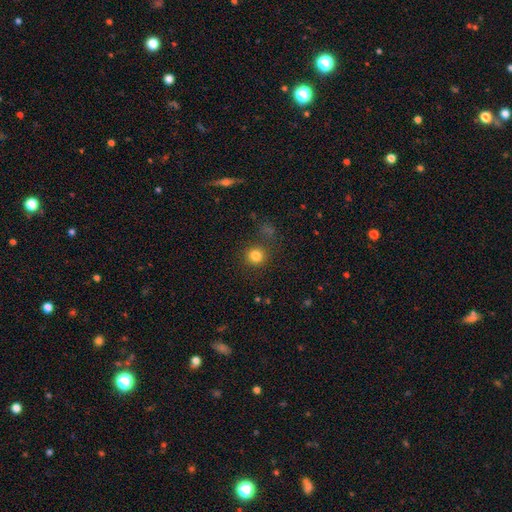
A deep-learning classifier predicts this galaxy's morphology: smooth 82%, star or artifact 13%, featured or disk 6%. Down the decision tree: how rounded — round (92%); merging — none (83%).